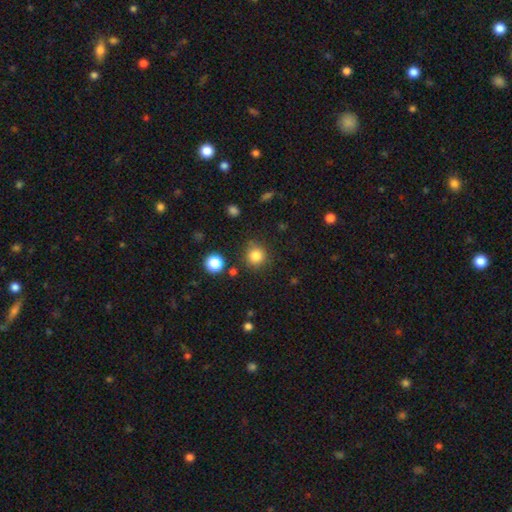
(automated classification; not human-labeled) A smooth galaxy with no disk features (83%) that is round (92%). Merging: none (83%).